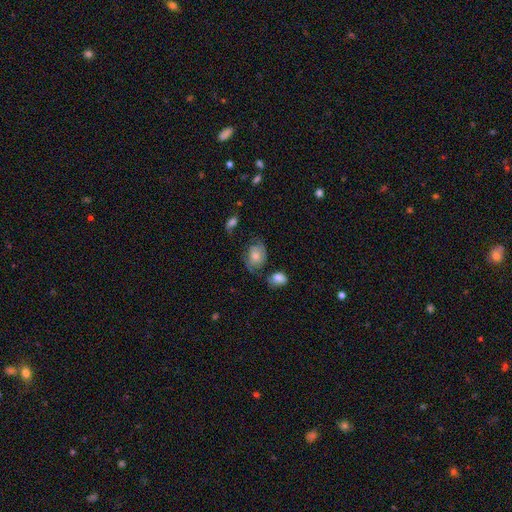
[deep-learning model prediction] Smooth or featured? featured or disk (46%, tied with smooth)
Merging? none (48%)